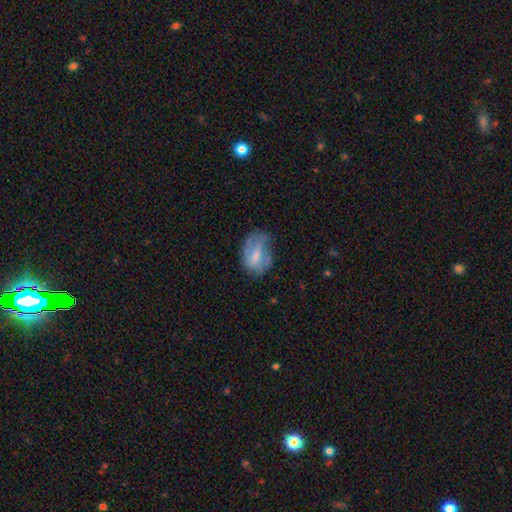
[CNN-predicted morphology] Smooth or featured: featured or disk — 49% (smooth — 43%)
Merging: none — 46% (minor disturbance — 31%)